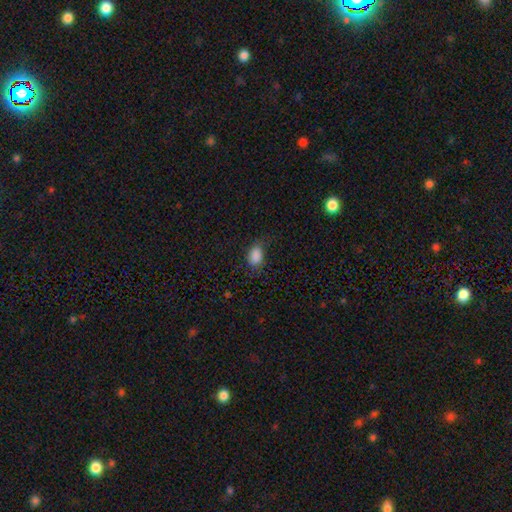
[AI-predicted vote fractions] Smooth or featured: smooth — 86% (star or artifact — 9%)
How rounded: in between — 85% (round — 14%)
Merging: none — 64% (minor disturbance — 25%)